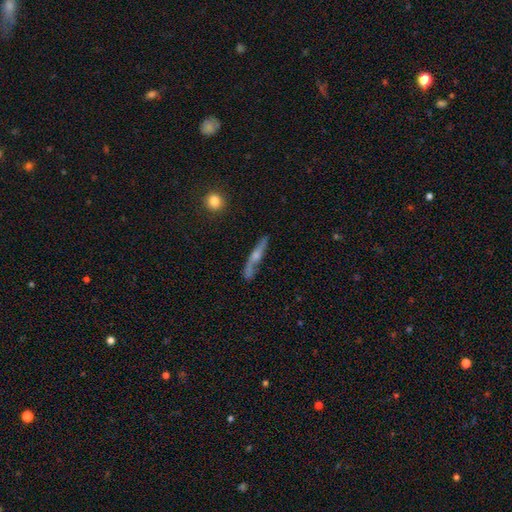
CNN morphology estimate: smooth_or_featured: featured or disk (p=0.67) [alt: smooth p=0.25]
disk_edge_on: yes (p=0.80) [alt: no p=0.20]
edge_on_bulge: rounded (p=0.78) [alt: none p=0.15]
merging: none (p=0.70) [alt: minor disturbance p=0.18]